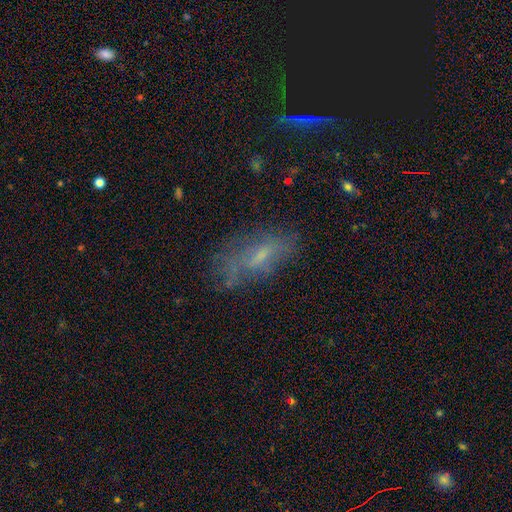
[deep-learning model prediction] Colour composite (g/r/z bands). It shows a smooth galaxy with no disk features (41%). Merging: none (61%).